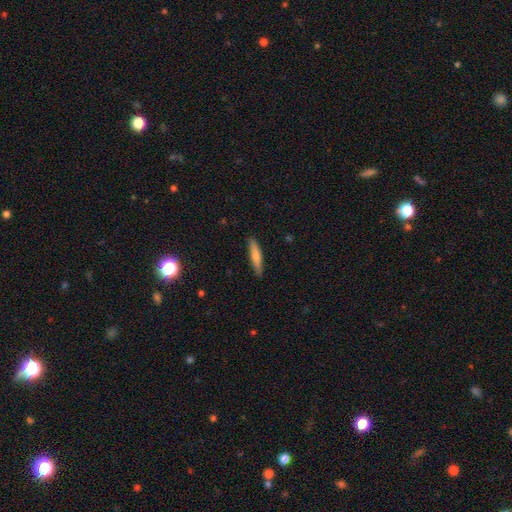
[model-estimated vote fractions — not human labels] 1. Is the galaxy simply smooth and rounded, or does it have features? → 69% smooth, 25% featured or disk, 6% star or artifact.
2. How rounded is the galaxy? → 87% cigar-shaped, 11% in between, 1% round.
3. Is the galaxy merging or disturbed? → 88% none, 9% minor disturbance, 2% major disturbance, 1% merger.